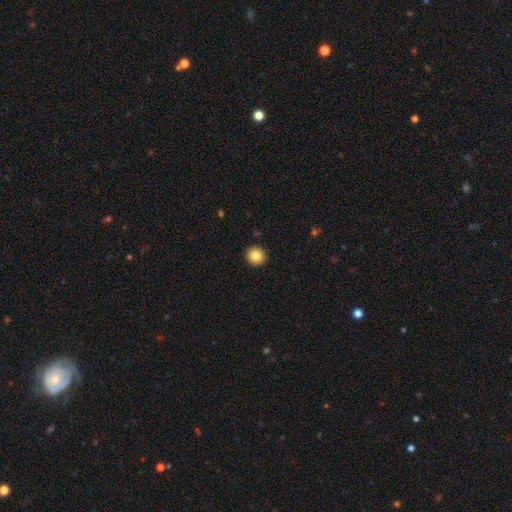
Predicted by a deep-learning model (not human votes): smooth_or_featured: smooth (p=0.84) [alt: star or artifact p=0.09]
how_rounded: round (p=0.92) [alt: in between p=0.07]
merging: none (p=0.92) [alt: minor disturbance p=0.05]